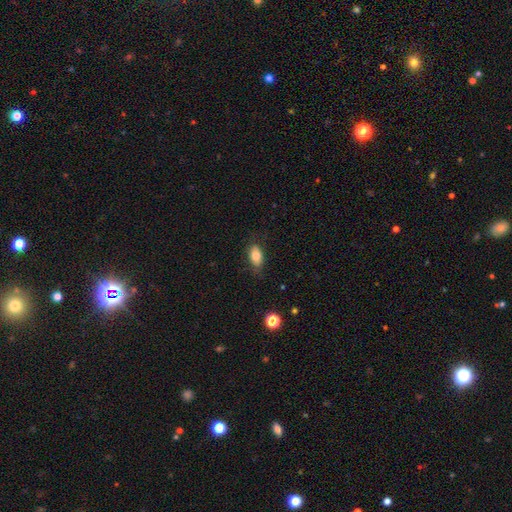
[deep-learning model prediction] Q: Smooth or featured?
A: smooth (78%); runner-up: featured or disk (14%)
Q: How rounded?
A: in between (89%); runner-up: round (7%)
Q: Merging?
A: none (76%); runner-up: minor disturbance (18%)